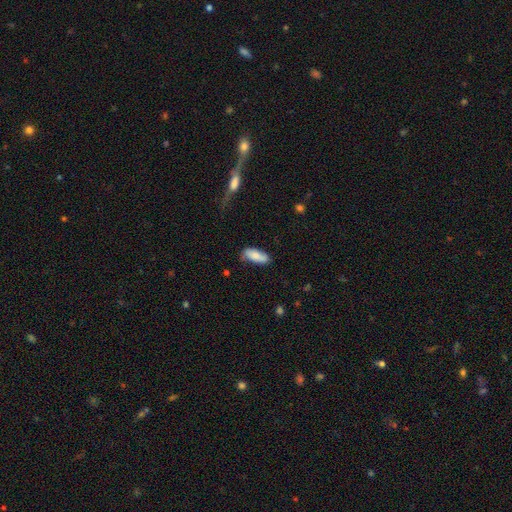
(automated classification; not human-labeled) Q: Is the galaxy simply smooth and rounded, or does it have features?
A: smooth — 79%.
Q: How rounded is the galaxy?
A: in between — 79%.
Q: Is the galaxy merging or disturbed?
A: none — 69%.